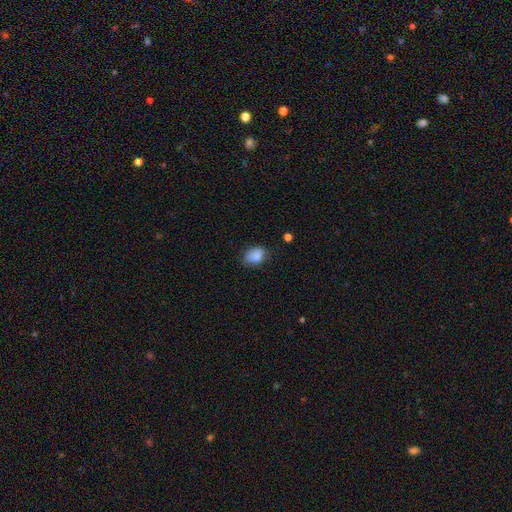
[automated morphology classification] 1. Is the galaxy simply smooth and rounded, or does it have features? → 85% smooth, 8% star or artifact, 6% featured or disk.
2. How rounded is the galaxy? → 78% in between, 21% round, 1% cigar-shaped.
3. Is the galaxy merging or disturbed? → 71% none, 22% minor disturbance, 5% major disturbance, 2% merger.